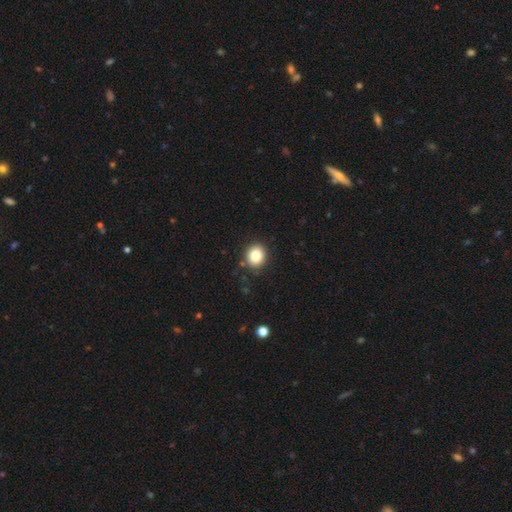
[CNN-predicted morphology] smooth 85%, star or artifact 10%, featured or disk 5%. Down the decision tree: how rounded — round (78%); merging — none (87%).